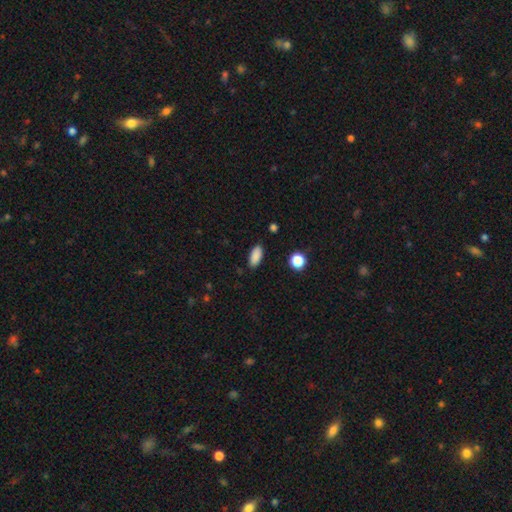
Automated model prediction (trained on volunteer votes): Q: Smooth or featured?
A: smooth (88%); runner-up: star or artifact (9%)
Q: How rounded?
A: in between (88%); runner-up: cigar-shaped (9%)
Q: Merging?
A: none (88%); runner-up: minor disturbance (9%)